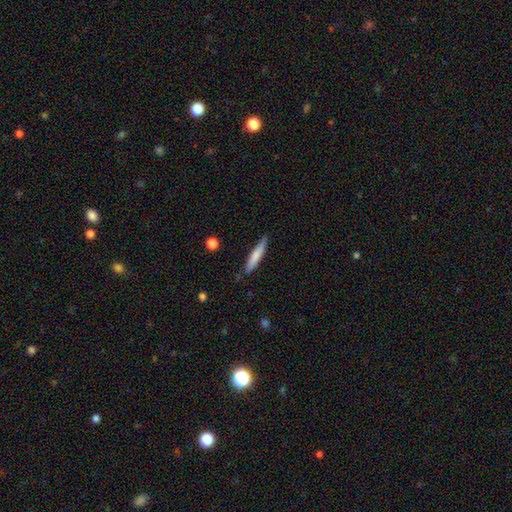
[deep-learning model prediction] Smooth or featured: smooth — 73% (featured or disk — 22%)
How rounded: cigar-shaped — 91% (in between — 8%)
Merging: none — 82% (minor disturbance — 14%)